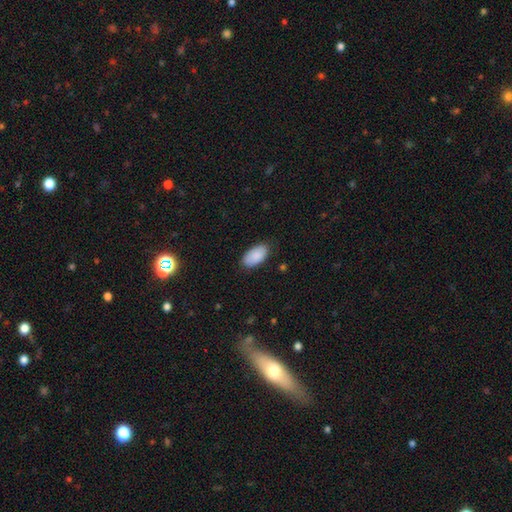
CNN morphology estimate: Overall: smooth (89%). How rounded: in between (96%). Merging: none (82%).